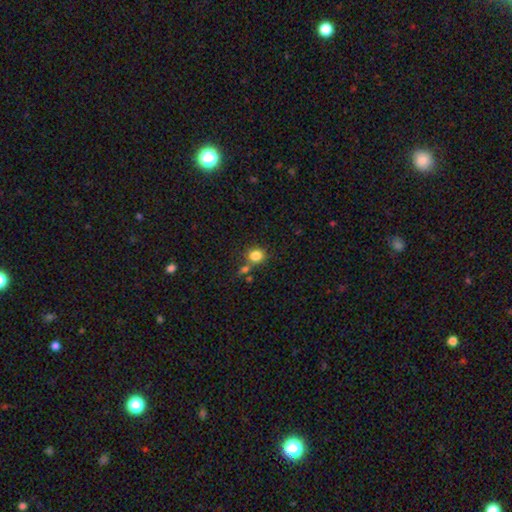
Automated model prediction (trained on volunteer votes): Smooth or featured: smooth — 83% (star or artifact — 12%)
How rounded: round — 82% (in between — 17%)
Merging: none — 68% (merger — 17%)